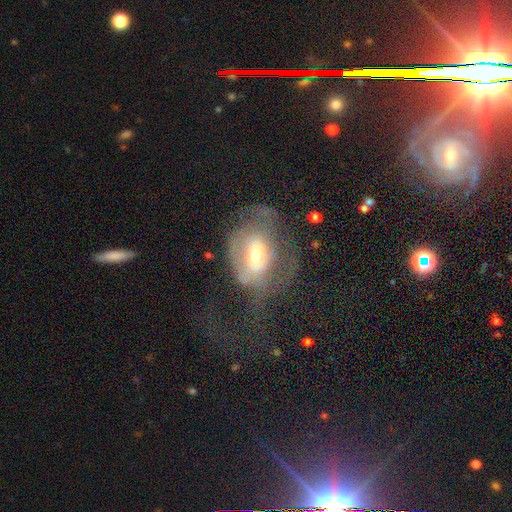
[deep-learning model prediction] Smooth or featured?
  - featured or disk: 51% *
  - smooth: 39%
  - star or artifact: 10%
Edge-on disk?
  - no: 94% *
  - yes: 6%
Merging?
  - major disturbance: 54% *
  - none: 24%
  - minor disturbance: 19%
  - merger: 4%